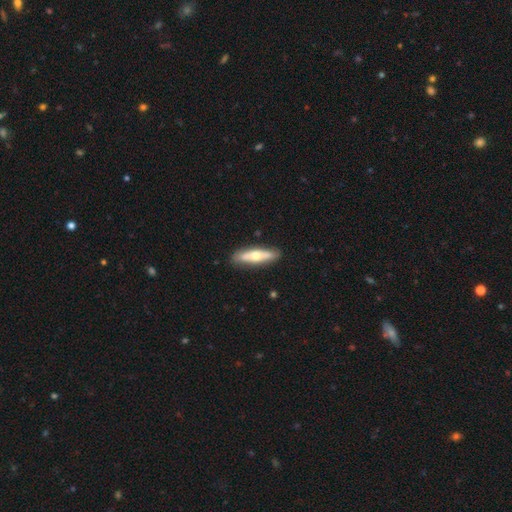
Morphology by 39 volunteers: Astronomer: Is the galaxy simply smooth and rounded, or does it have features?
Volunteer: smooth — 54% (runner-up: featured or disk, 46%).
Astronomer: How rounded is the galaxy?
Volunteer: in between — 71%.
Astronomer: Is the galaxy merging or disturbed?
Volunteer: none — 92%.